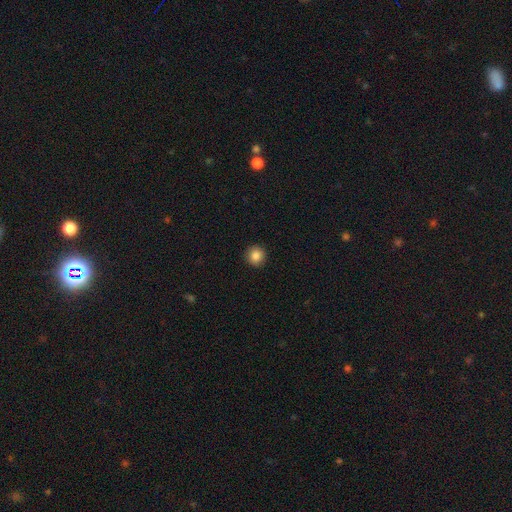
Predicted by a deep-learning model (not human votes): A smooth galaxy with no disk features (86%) that is round (92%). Merging: none (92%).